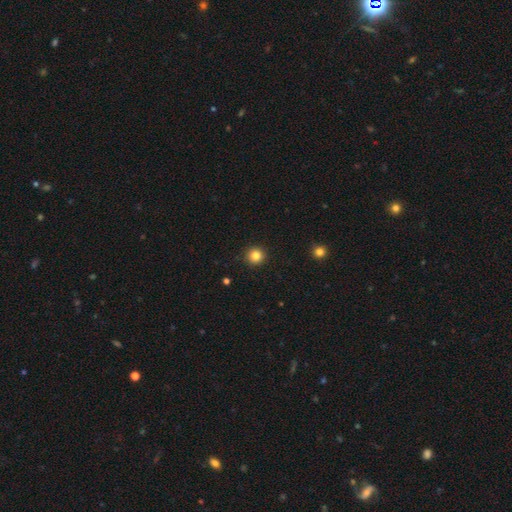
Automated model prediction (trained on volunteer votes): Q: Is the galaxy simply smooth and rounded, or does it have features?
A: smooth — 83%.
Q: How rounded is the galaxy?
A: round — 95%.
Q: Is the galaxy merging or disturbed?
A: none — 93%.